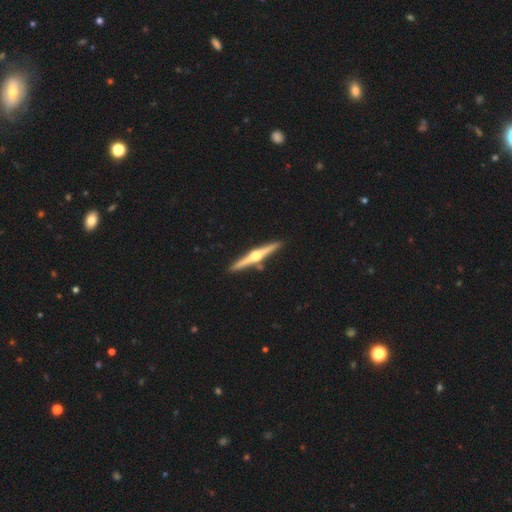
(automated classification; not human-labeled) This appears to be a featured or disk galaxy (81%) viewed edge-on (99%) with a rounded central bulge (96%). Merging: none (90%).